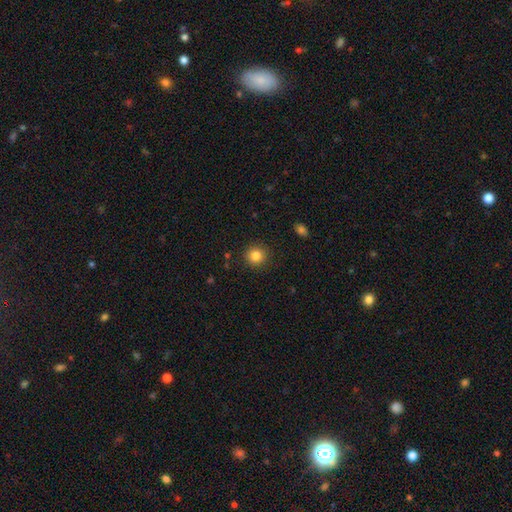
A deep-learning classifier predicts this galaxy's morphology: Smooth or featured? Predicted: smooth (p=0.84). How rounded? Predicted: round (p=0.93). Merging? Predicted: none (p=0.91).